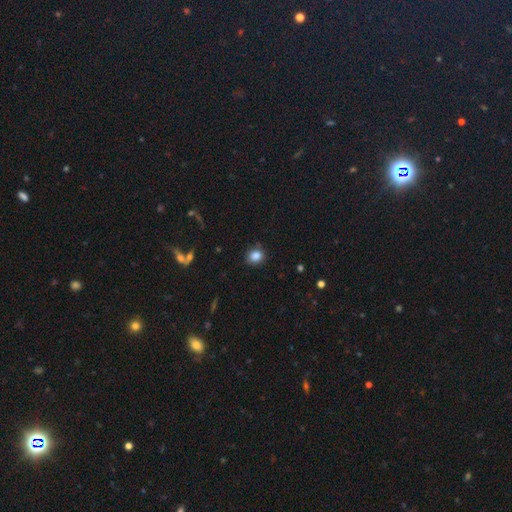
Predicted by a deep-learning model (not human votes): The model was most divided on "how rounded": round: 68%, in between: 31%, cigar-shaped: 1%. More confident: smooth or featured — smooth (85%); merging — none (83%).